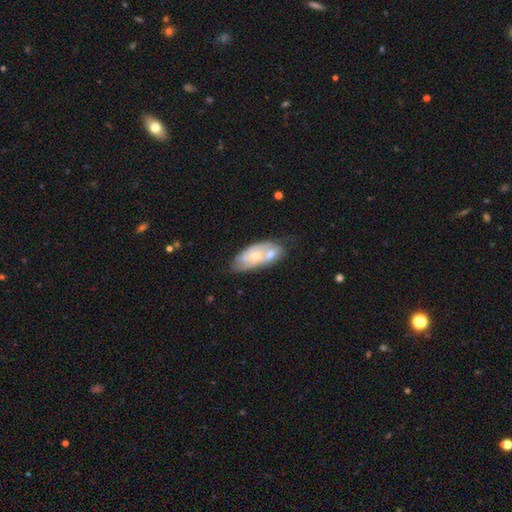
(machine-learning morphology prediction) Smooth or featured?
  - featured or disk: 56% *
  - smooth: 38%
  - star or artifact: 6%
Edge-on disk?
  - no: 92% *
  - yes: 8%
Bar?
  - no: 77% *
  - weak: 20%
  - strong: 4%
Spiral arms?
  - yes: 57% *
  - no: 43%
Bulge size?
  - moderate: 49% *
  - small: 43%
  - large: 3%
  - none: 3%
  - dominant: 1%
Merging?
  - merger: 42% *
  - none: 33%
  - minor disturbance: 17%
  - major disturbance: 7%